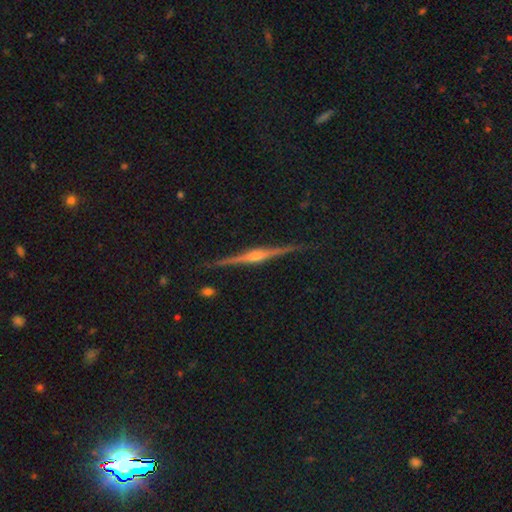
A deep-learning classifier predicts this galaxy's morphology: Smooth or featured?
  - featured or disk: 86% *
  - smooth: 8%
  - star or artifact: 6%
Edge-on disk?
  - yes: 98% *
  - no: 2%
Edge-on bulge?
  - rounded: 88% *
  - boxy: 7%
  - none: 5%
Merging?
  - none: 89% *
  - minor disturbance: 8%
  - major disturbance: 2%
  - merger: 1%